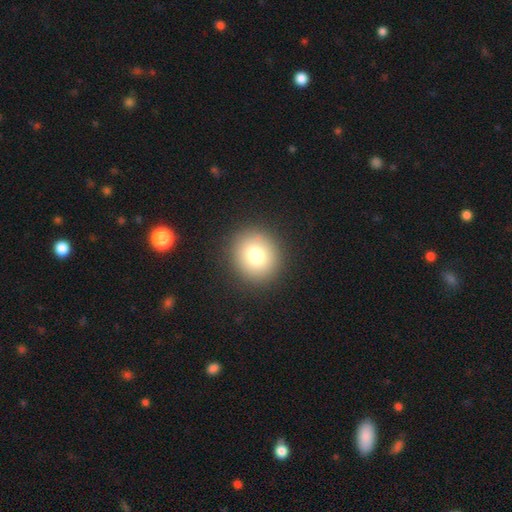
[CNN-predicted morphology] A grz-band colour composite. It shows a smooth galaxy with no disk features (76%) that is round (86%). Merging: none (90%).